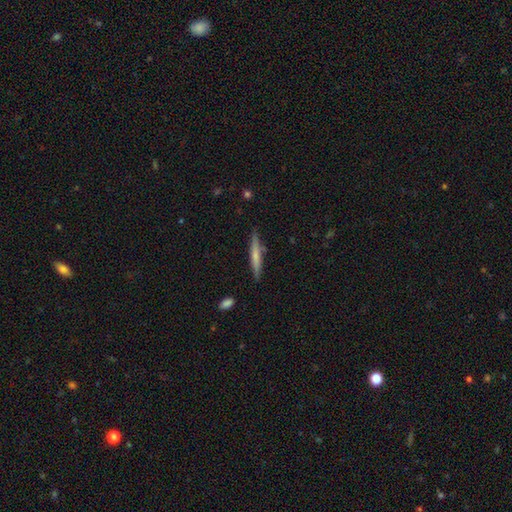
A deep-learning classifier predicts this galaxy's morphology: type=smooth (56%); roundness=cigar-shaped (94%); merging=none (85%).